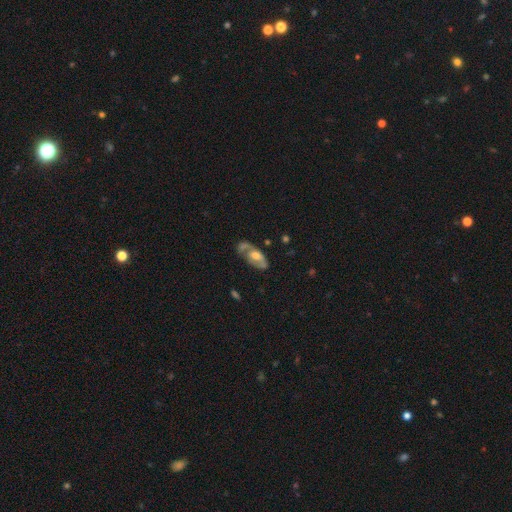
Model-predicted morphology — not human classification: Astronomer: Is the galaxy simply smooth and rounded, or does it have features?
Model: featured or disk — 60%.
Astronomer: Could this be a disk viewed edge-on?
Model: no — 87%.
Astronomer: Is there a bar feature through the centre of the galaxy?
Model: no — 68%.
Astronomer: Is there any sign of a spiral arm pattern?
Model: yes — 51% (runner-up: no, 49%).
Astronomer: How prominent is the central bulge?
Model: moderate — 50% (runner-up: large, 31%).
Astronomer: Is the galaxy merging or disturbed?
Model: none — 44% (runner-up: minor disturbance, 23%).